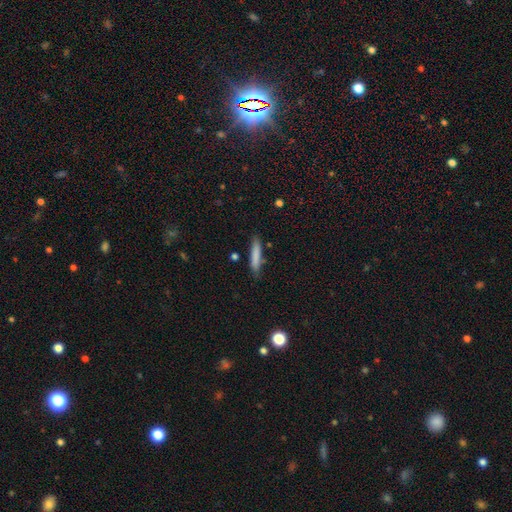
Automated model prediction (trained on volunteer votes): Overall: smooth (81%). How rounded: cigar-shaped (89%). Merging: none (80%).